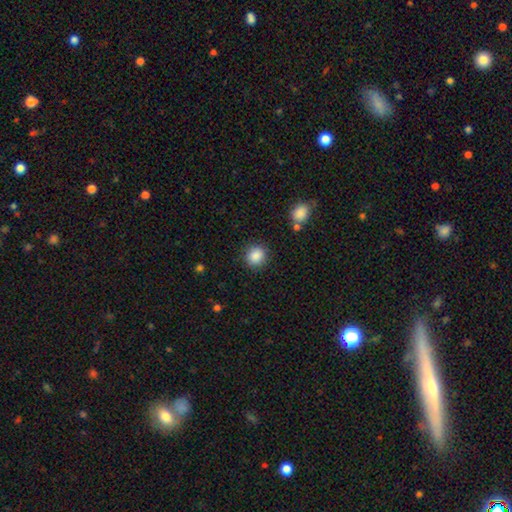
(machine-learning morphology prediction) Smooth or featured: smooth — 88% (star or artifact — 9%)
How rounded: round — 83% (in between — 16%)
Merging: none — 87% (minor disturbance — 8%)